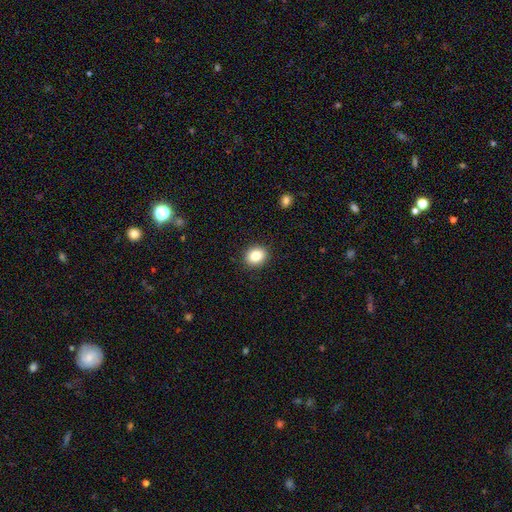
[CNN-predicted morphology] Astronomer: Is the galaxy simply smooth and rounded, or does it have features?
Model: smooth — 84%.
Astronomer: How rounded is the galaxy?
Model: round — 62% (runner-up: in between, 37%).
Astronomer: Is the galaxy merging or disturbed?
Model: none — 90%.